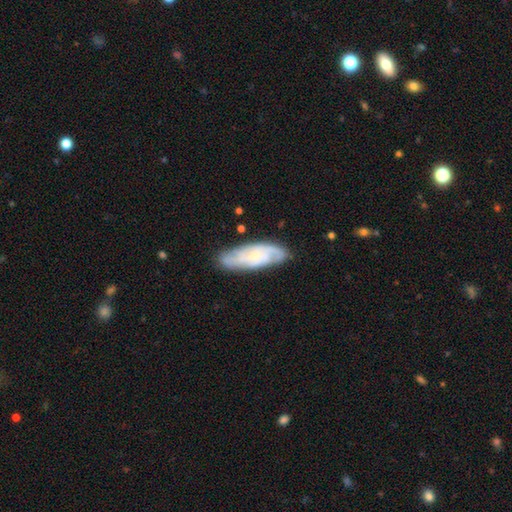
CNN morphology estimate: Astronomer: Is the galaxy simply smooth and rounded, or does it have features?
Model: featured or disk — 71%.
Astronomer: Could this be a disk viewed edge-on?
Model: no — 88%.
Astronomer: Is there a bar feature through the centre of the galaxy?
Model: no — 61%.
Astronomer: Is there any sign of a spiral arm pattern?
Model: yes — 94%.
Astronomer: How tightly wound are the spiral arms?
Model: tight — 53% (runner-up: medium, 37%).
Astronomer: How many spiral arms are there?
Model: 2 — 33% (runner-up: can't tell, 30%).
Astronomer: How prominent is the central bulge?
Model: small — 67%.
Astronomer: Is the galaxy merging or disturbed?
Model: none — 78%.